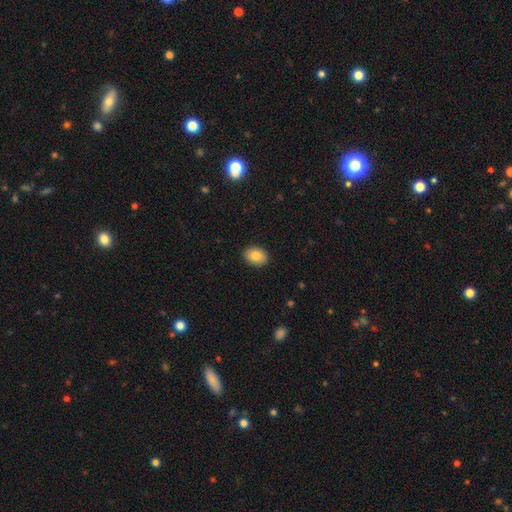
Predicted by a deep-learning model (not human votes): A smooth galaxy with no disk features (84%) that is in between round and cigar-shaped (72%). Merging: none (89%).